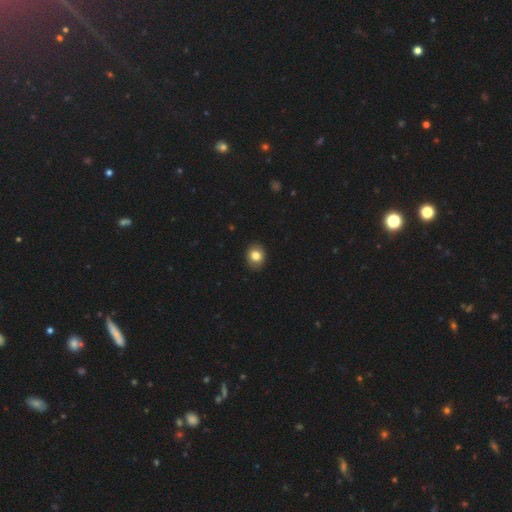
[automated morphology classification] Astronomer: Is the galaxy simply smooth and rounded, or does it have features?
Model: smooth — 82%.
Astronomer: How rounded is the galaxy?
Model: round — 50% (runner-up: in between, 49%).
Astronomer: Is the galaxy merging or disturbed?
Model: none — 89%.